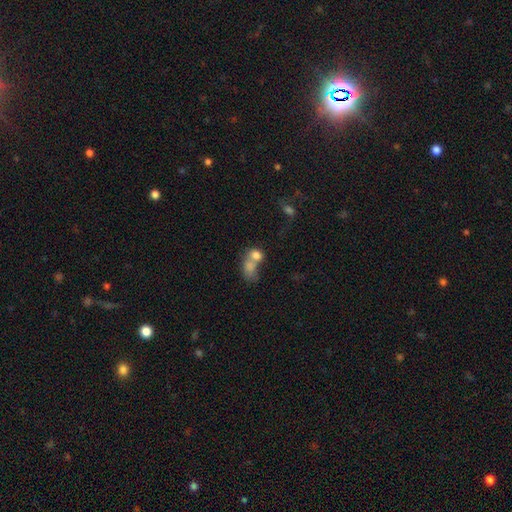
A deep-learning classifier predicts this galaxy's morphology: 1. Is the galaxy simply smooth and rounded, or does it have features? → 73% smooth, 17% featured or disk, 10% star or artifact.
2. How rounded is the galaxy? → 60% in between, 39% round, 2% cigar-shaped.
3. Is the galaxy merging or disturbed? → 69% merger, 16% none, 8% major disturbance, 7% minor disturbance.